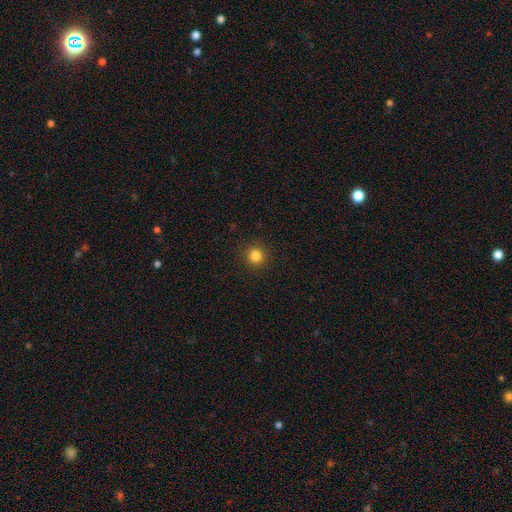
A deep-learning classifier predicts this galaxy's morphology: type=smooth (83%); roundness=round (94%); merging=none (92%).